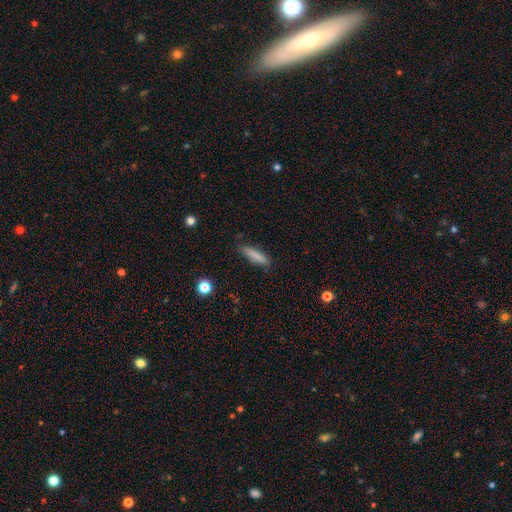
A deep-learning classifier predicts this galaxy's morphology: Q: Smooth or featured?
A: smooth (83%); runner-up: featured or disk (10%)
Q: How rounded?
A: cigar-shaped (78%); runner-up: in between (21%)
Q: Merging?
A: none (78%); runner-up: minor disturbance (17%)